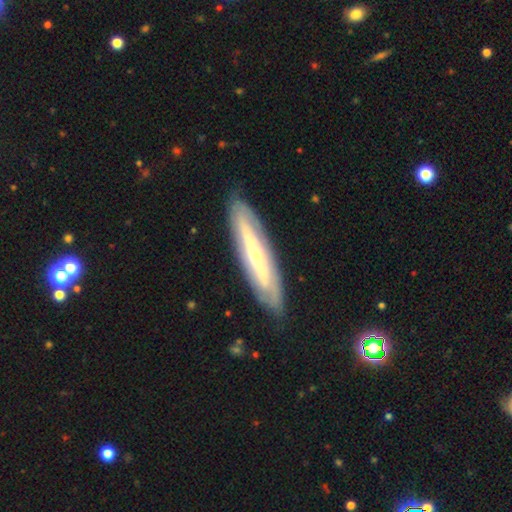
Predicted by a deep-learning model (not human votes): Smooth or featured? Predicted: featured or disk (p=0.66). Edge-on disk? Predicted: yes (p=0.51). Merging? Predicted: none (p=0.84).